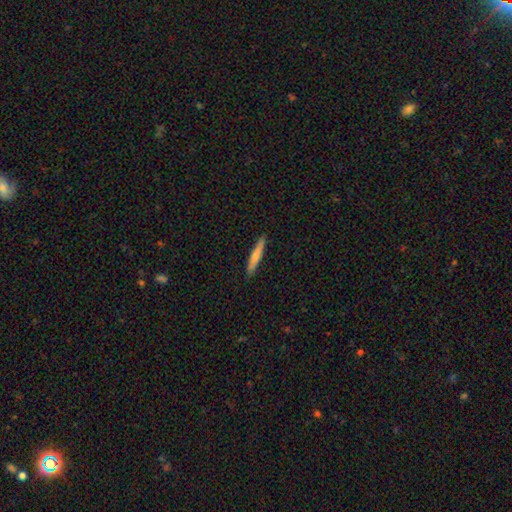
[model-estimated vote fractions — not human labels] Smooth or featured? Predicted: smooth (p=0.73). How rounded? Predicted: cigar-shaped (p=0.93). Merging? Predicted: none (p=0.89).